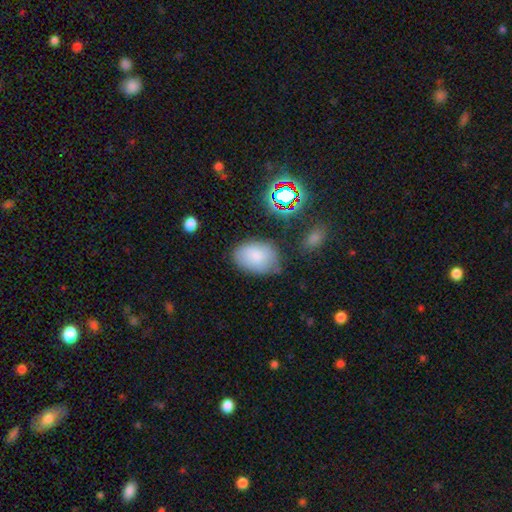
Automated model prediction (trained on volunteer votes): smooth_or_featured: smooth (p=0.79) [alt: star or artifact p=0.11]
how_rounded: in between (p=0.83) [alt: round p=0.16]
merging: none (p=0.67) [alt: minor disturbance p=0.23]